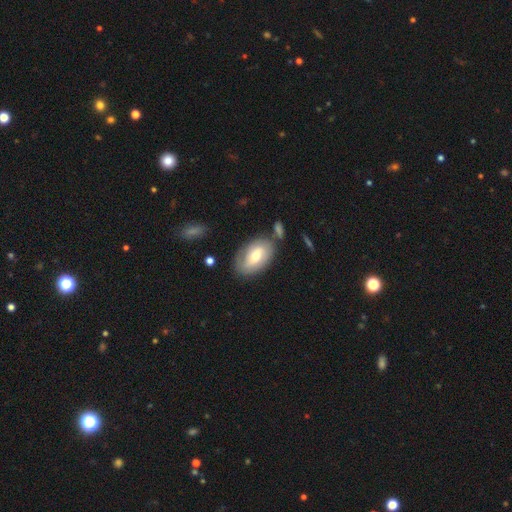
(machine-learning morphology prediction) The model was most divided on "smooth or featured": smooth: 56%, featured or disk: 37%, star or artifact: 7%. More confident: how rounded — in between (90%); merging — none (69%).